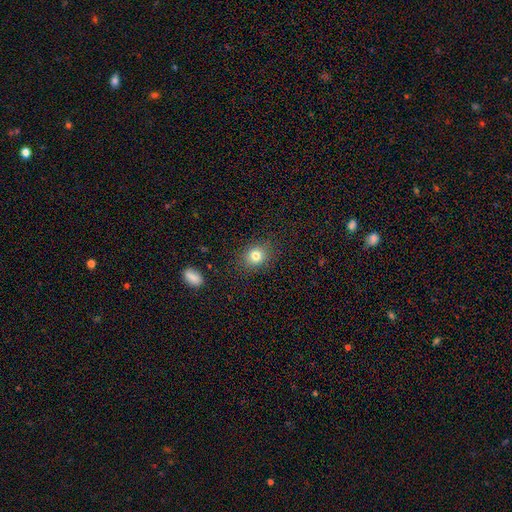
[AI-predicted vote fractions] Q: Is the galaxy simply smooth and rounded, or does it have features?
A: smooth — 79%.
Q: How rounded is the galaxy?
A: round — 65%.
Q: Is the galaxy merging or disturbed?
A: none — 85%.